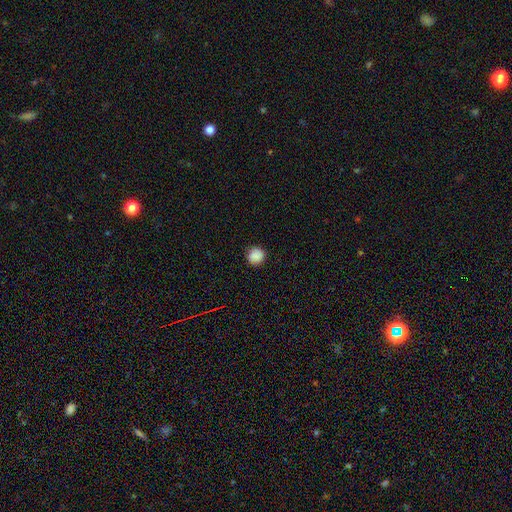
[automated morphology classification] smooth 88%, star or artifact 9%, featured or disk 3%. Down the decision tree: how rounded — round (92%); merging — none (90%).